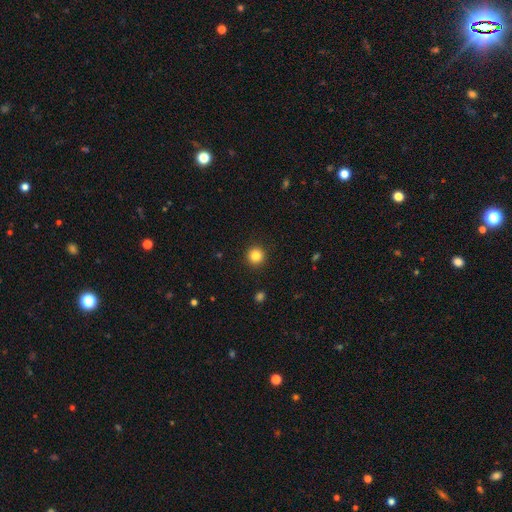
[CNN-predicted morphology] The model was most divided on "smooth or featured": smooth: 84%, star or artifact: 12%, featured or disk: 5%. More confident: how rounded — round (95%); merging — none (92%).